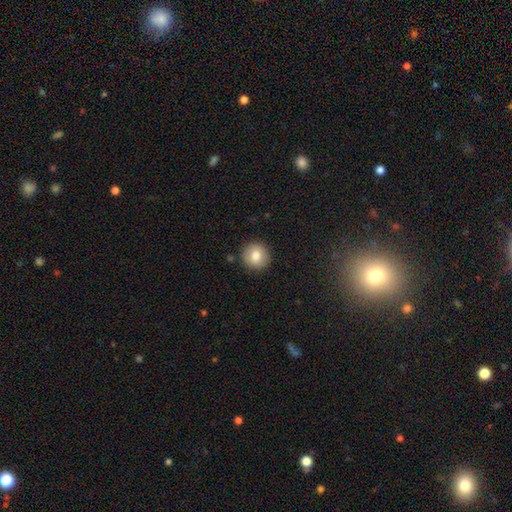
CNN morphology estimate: Smooth or featured?
  - smooth: 81% *
  - featured or disk: 11%
  - star or artifact: 9%
How rounded?
  - round: 95% *
  - in between: 4%
  - cigar-shaped: 1%
Merging?
  - none: 90% *
  - minor disturbance: 7%
  - major disturbance: 2%
  - merger: 1%